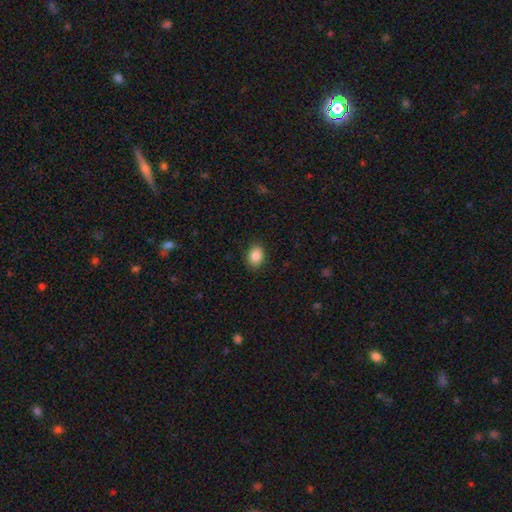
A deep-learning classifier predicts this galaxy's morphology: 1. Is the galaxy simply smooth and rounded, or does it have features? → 86% smooth, 9% star or artifact, 5% featured or disk.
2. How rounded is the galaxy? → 71% in between, 28% round, 1% cigar-shaped.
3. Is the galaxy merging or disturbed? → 89% none, 8% minor disturbance, 2% major disturbance, 1% merger.